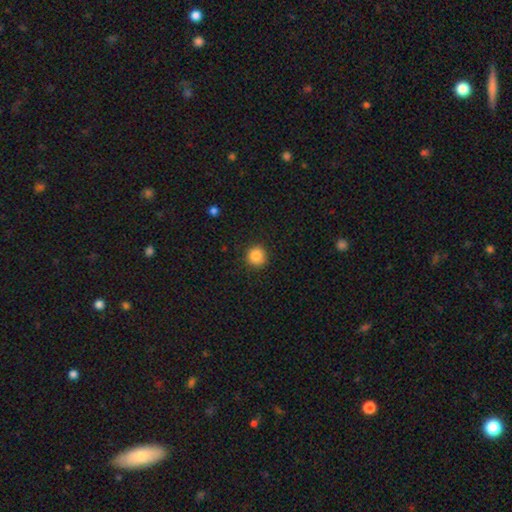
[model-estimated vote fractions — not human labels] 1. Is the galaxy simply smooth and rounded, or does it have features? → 85% smooth, 10% star or artifact, 5% featured or disk.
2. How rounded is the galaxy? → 92% round, 7% in between, 1% cigar-shaped.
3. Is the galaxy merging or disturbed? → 89% none, 8% minor disturbance, 2% major disturbance, 1% merger.